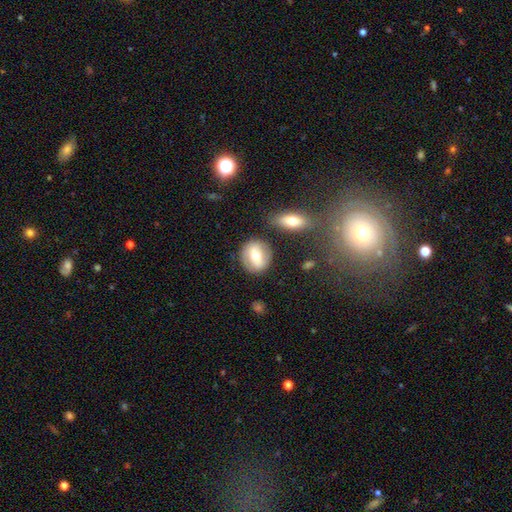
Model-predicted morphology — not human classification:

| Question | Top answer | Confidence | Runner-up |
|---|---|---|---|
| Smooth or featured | smooth | 52% | featured or disk (40%) |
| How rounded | round | 68% | in between (30%) |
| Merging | none | 80% | minor disturbance (11%) |